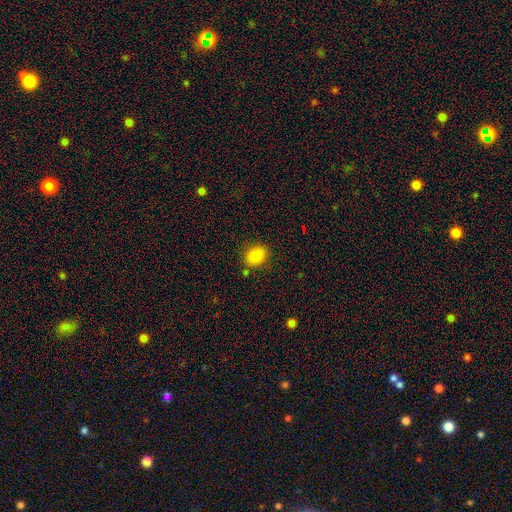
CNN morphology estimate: This is clearly a smooth galaxy (85%). How rounded: possibly round (50%). Merging: clearly none (82%).